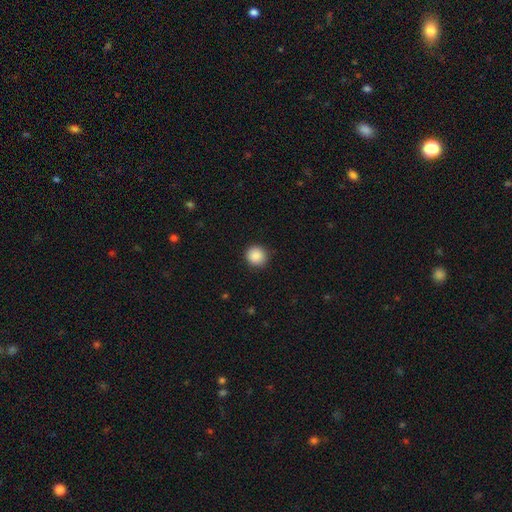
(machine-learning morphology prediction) A smooth galaxy with no disk features (88%) that is round (93%). Merging: none (90%).